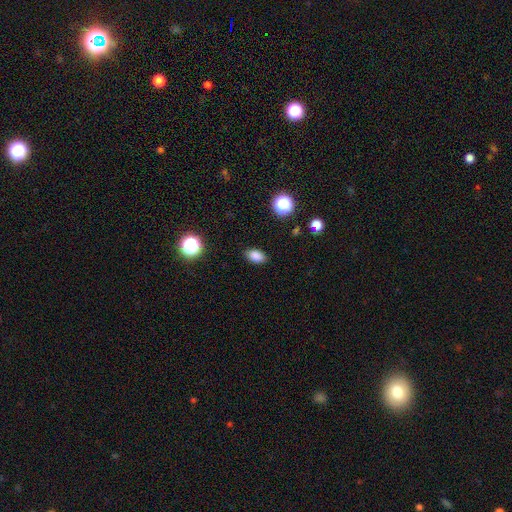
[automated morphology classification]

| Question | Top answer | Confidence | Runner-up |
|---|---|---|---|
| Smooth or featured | smooth | 85% | star or artifact (11%) |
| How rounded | in between | 87% | round (11%) |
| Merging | none | 88% | minor disturbance (8%) |